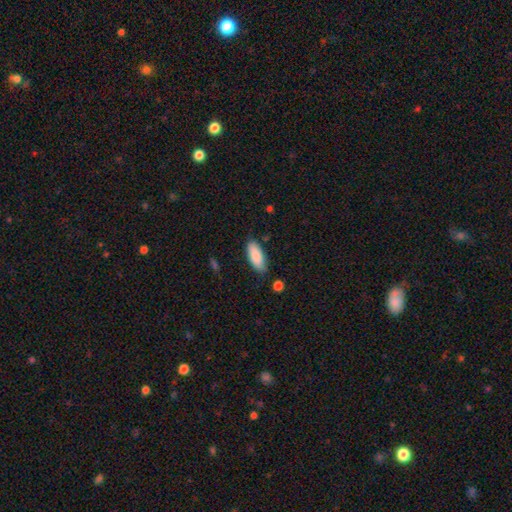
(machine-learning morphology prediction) Smooth or featured?
  - smooth: 88% *
  - featured or disk: 6%
  - star or artifact: 6%
How rounded?
  - in between: 79% *
  - cigar-shaped: 19%
  - round: 2%
Merging?
  - none: 79% *
  - minor disturbance: 16%
  - major disturbance: 3%
  - merger: 2%